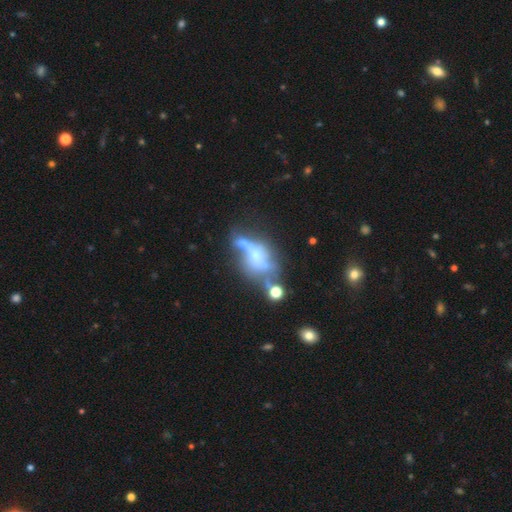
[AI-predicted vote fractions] A featured or disk galaxy (60%). Merging: merger (30%).